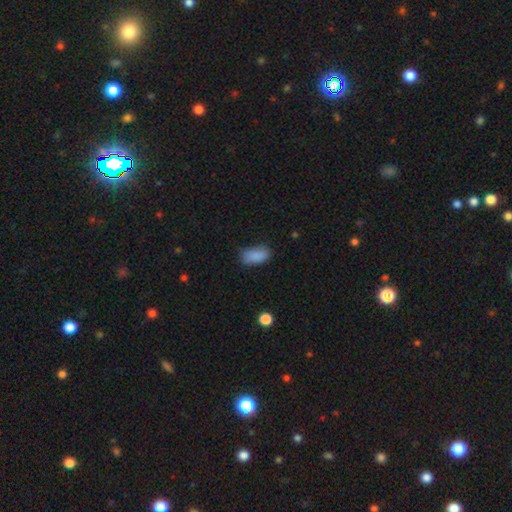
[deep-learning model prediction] Smooth or featured?
  - smooth: 86% *
  - star or artifact: 9%
  - featured or disk: 5%
How rounded?
  - in between: 91% *
  - cigar-shaped: 5%
  - round: 4%
Merging?
  - none: 70% *
  - minor disturbance: 23%
  - major disturbance: 5%
  - merger: 2%